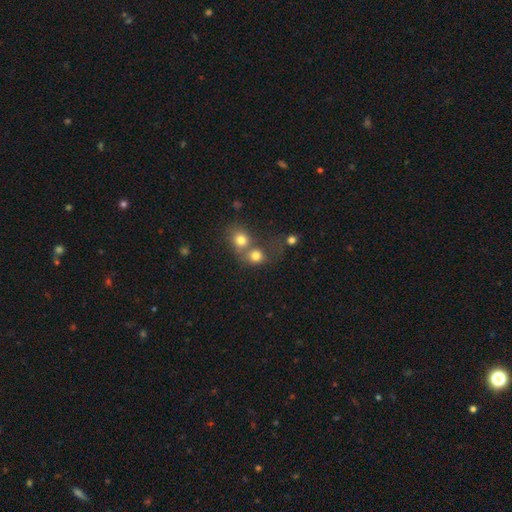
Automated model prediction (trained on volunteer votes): The model was most divided on "merging": merger: 52%, none: 36%, minor disturbance: 7%, major disturbance: 5%. More confident: how rounded — round (79%); smooth or featured — smooth (78%).